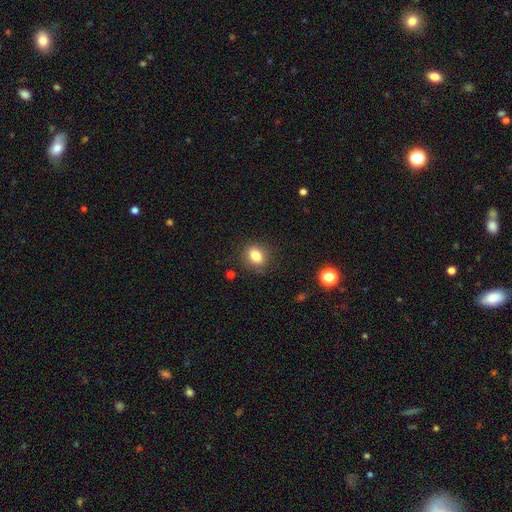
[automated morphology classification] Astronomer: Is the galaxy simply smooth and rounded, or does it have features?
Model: smooth — 82%.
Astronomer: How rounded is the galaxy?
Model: in between — 50% (runner-up: round, 48%).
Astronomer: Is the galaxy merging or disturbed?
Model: none — 85%.